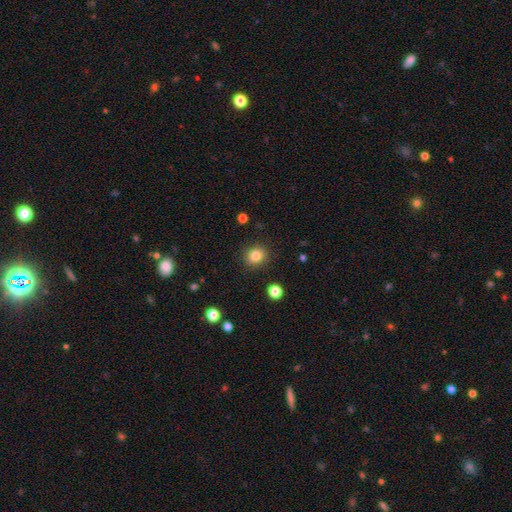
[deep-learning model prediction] Smooth or featured: smooth — 83% (star or artifact — 11%)
How rounded: round — 81% (in between — 18%)
Merging: none — 89% (minor disturbance — 7%)